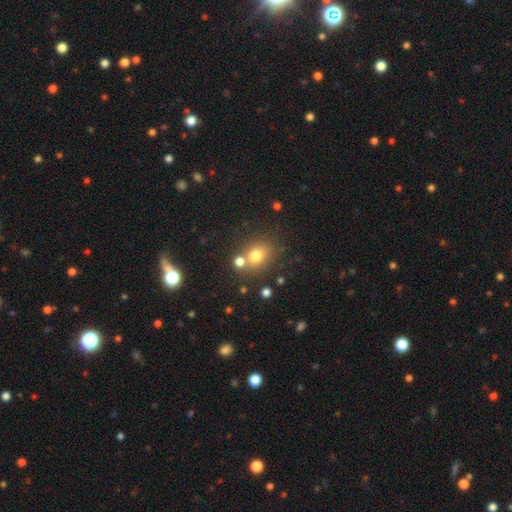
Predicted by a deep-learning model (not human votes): smooth-or-featured: smooth: 75% | star or artifact: 15% | featured or disk: 11%
  how-rounded: round: 57% | in between: 42% | cigar-shaped: 1%
  merging: none: 60% | merger: 24% | minor disturbance: 11% | major disturbance: 4%